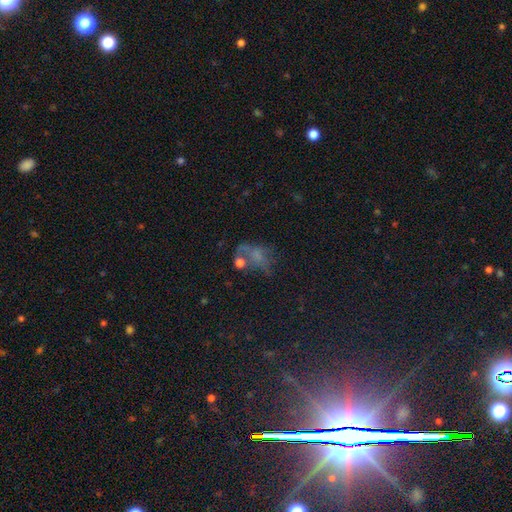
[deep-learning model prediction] Smooth or featured? smooth (36%)
Merging? major disturbance (33%)